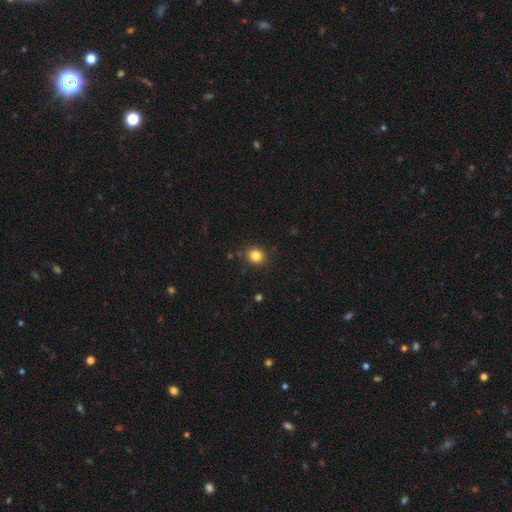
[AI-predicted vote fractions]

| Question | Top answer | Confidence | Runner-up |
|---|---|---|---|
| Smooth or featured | smooth | 83% | star or artifact (11%) |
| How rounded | round | 80% | in between (19%) |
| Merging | none | 88% | minor disturbance (8%) |